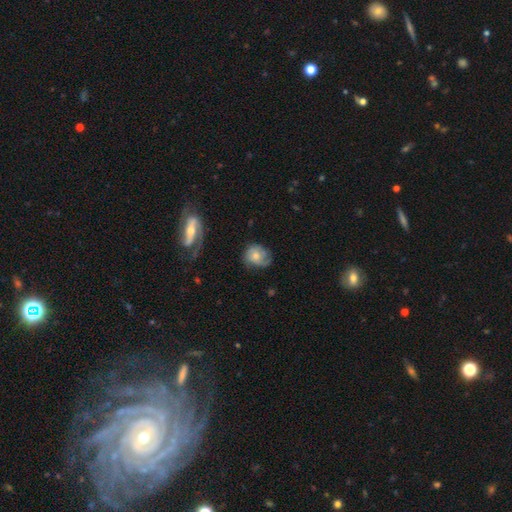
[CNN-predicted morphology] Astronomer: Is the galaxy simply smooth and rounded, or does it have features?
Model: smooth — 54% (runner-up: featured or disk, 39%).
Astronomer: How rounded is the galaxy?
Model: round — 63%.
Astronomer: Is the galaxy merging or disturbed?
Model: none — 54% (runner-up: minor disturbance, 29%).